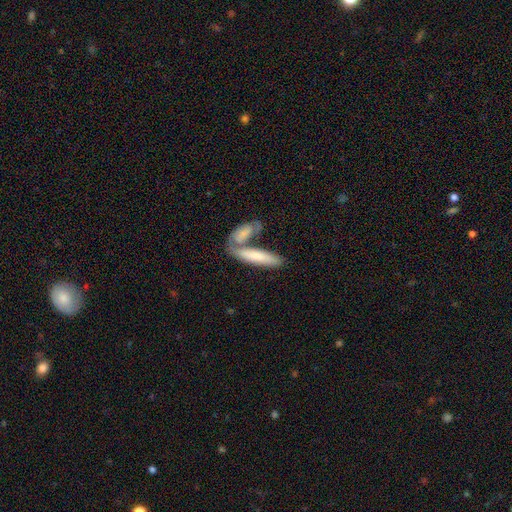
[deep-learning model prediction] Q: Smooth or featured?
A: smooth (70%); runner-up: featured or disk (25%)
Q: How rounded?
A: cigar-shaped (64%); runner-up: in between (34%)
Q: Merging?
A: merger (49%); runner-up: none (37%)